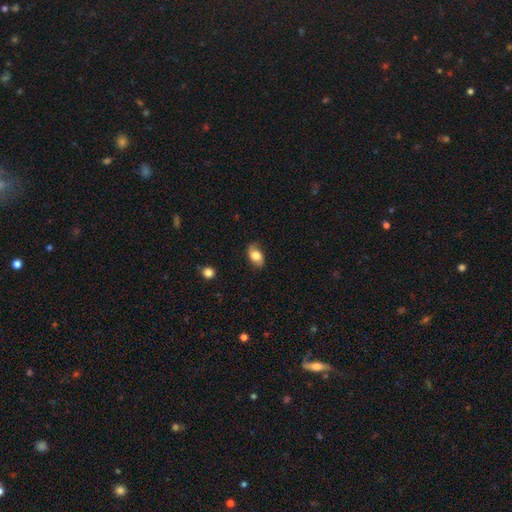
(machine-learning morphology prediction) Overall: smooth (73%). How rounded: in between (88%). Merging: none (77%).